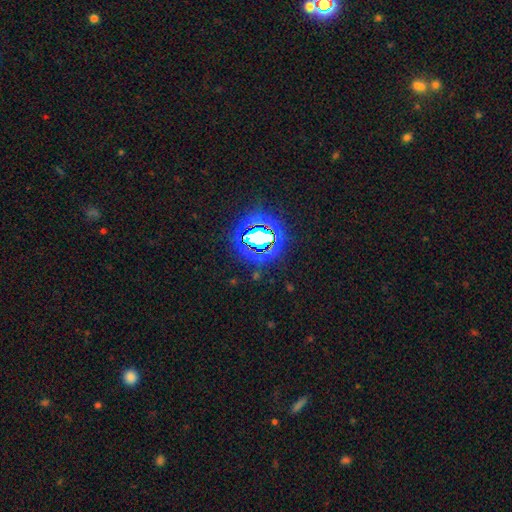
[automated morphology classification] This is clearly a star or artifact rather than a galaxy (82%).